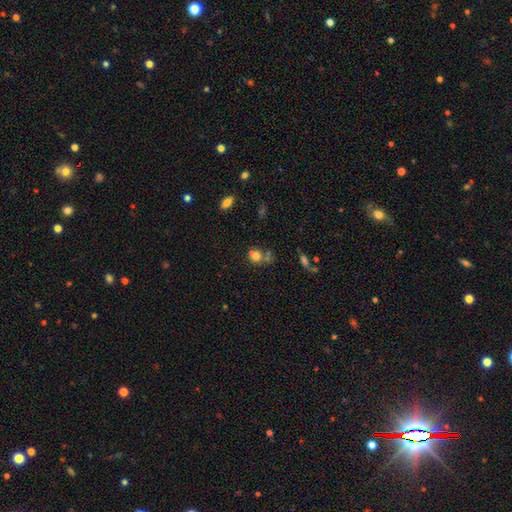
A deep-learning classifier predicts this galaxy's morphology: Smooth or featured: smooth — 73% (star or artifact — 14%)
How rounded: round — 62% (in between — 37%)
Merging: none — 43% (merger — 34%)